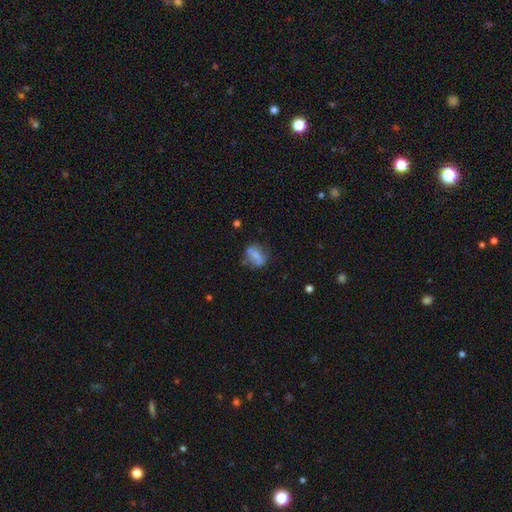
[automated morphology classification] This is possibly a smooth galaxy (57%). How rounded: possibly in between (57%). Merging: possibly none (60%).